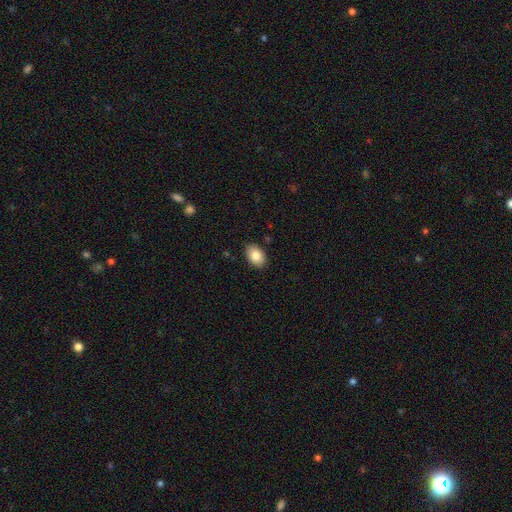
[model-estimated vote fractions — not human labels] smooth 83%, featured or disk 10%, star or artifact 7%. Down the decision tree: how rounded — in between (86%); merging — none (89%).